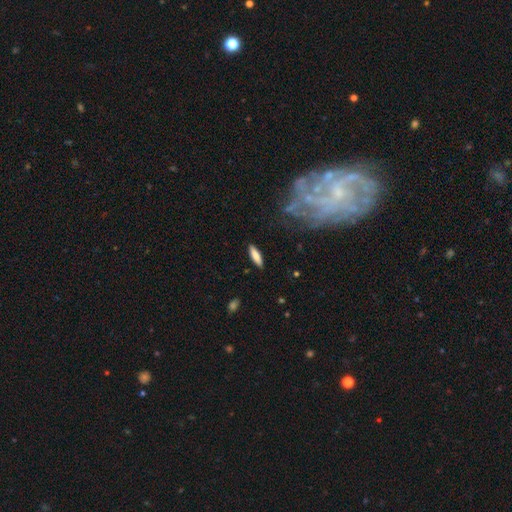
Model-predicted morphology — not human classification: A smooth galaxy with no disk features (77%) that is cigar-shaped (61%).

Vote fractions:
- Smooth or featured? smooth: 77% / featured or disk: 16% / star or artifact: 6%
- How rounded? cigar-shaped: 61% / in between: 38% / round: 2%
- Merging? none: 87% / minor disturbance: 9% / major disturbance: 2% / merger: 1%